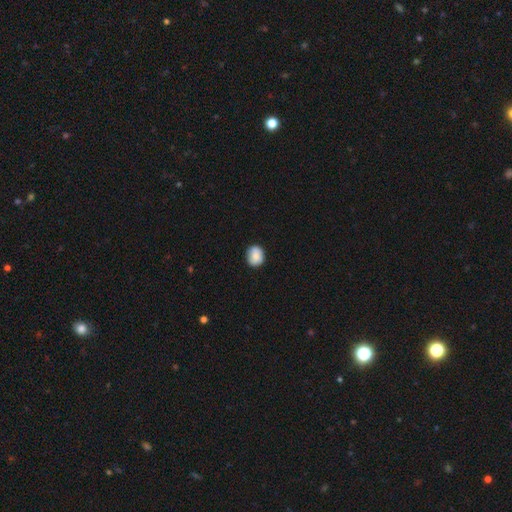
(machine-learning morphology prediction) type=smooth (84%); roundness=round (65%); merging=none (84%).